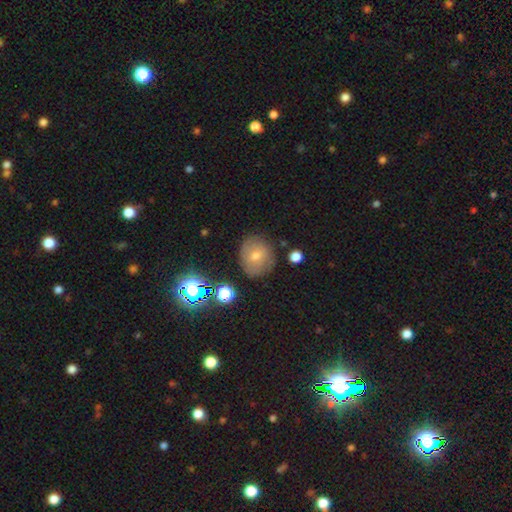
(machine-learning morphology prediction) This is possibly a smooth galaxy (57%). How rounded: likely round (75%). Merging: likely none (78%).